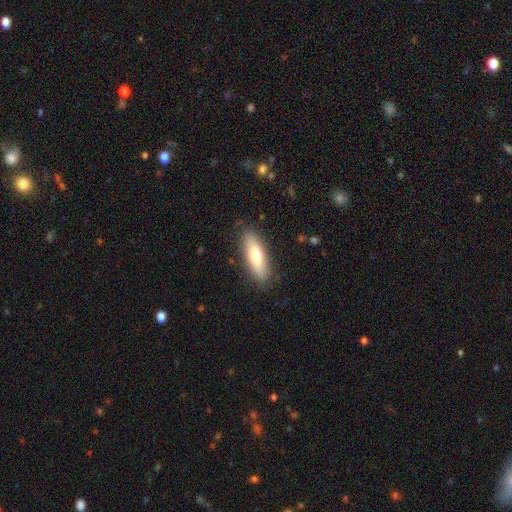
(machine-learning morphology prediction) Smooth or featured: smooth — 71% (featured or disk — 23%)
How rounded: in between — 56% (cigar-shaped — 42%)
Merging: none — 85% (minor disturbance — 11%)